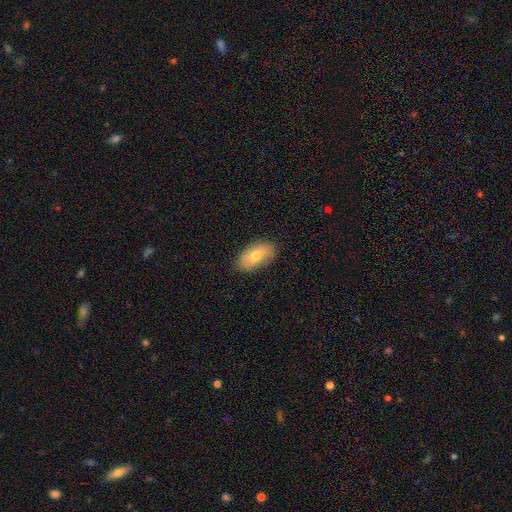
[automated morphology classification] Smooth or featured? Predicted: smooth (p=0.70). How rounded? Predicted: in between (p=0.93). Merging? Predicted: none (p=0.84).